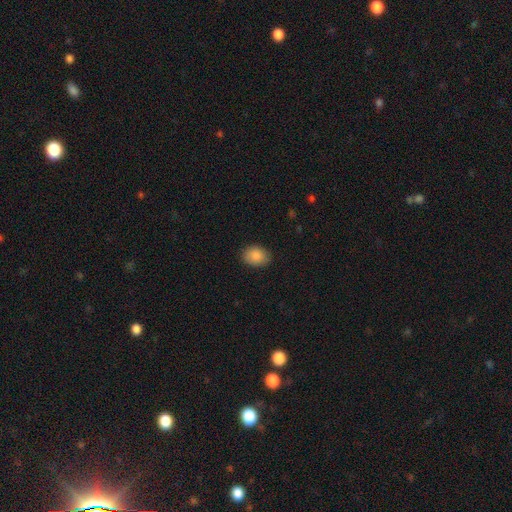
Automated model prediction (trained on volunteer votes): smooth_or_featured: smooth (p=0.88) [alt: star or artifact p=0.08]
how_rounded: in between (p=0.65) [alt: round p=0.34]
merging: none (p=0.86) [alt: minor disturbance p=0.10]